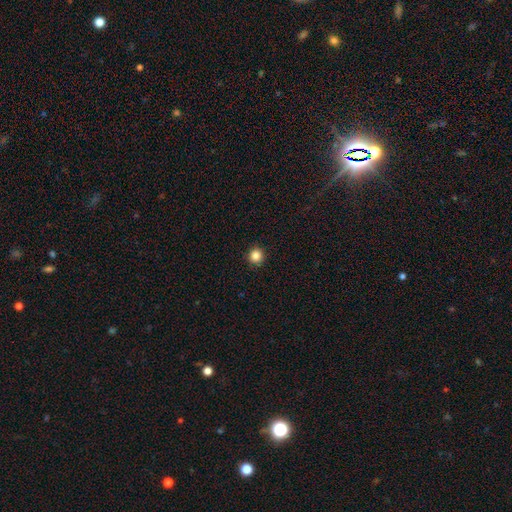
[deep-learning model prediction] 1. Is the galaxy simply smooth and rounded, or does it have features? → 86% smooth, 11% star or artifact, 3% featured or disk.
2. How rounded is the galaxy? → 95% round, 4% in between, 1% cigar-shaped.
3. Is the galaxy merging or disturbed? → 93% none, 5% minor disturbance, 1% major disturbance, 1% merger.